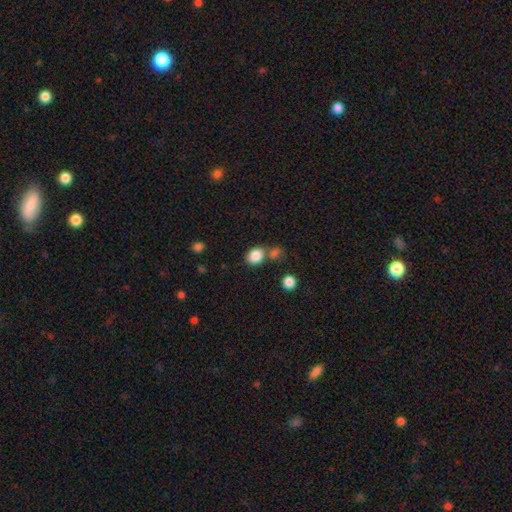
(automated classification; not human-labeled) Morphology: type=smooth (85%); roundness=round (52%); merging=none (59%).